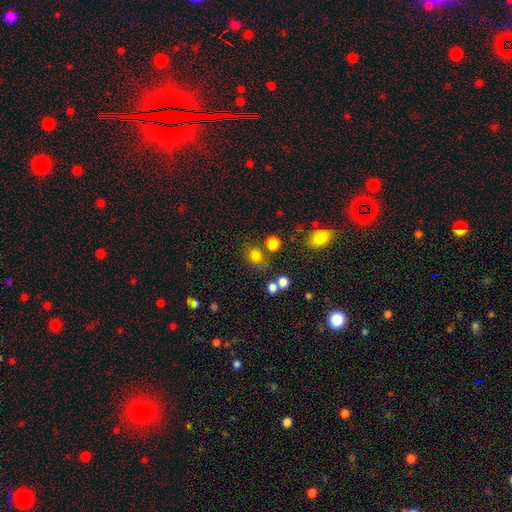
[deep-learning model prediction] Morphology: type=smooth (78%); roundness=round (77%); merging=none (69%).